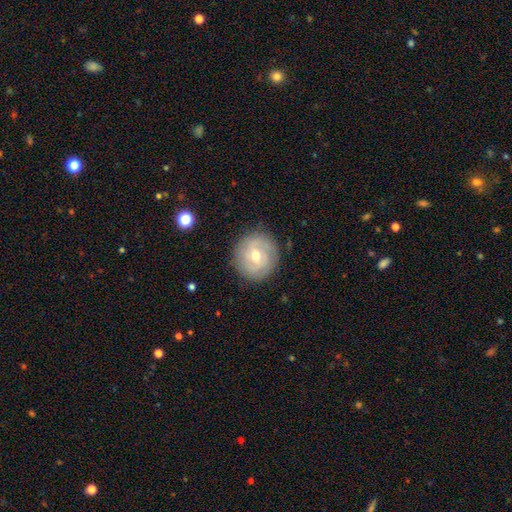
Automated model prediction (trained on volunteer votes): featured or disk 58%, smooth 35%, star or artifact 7%. Down the decision tree: edge-on disk — no (97%); bar — weak (53%); spiral arms — yes (76%); bulge size — moderate (60%); merging — none (86%).